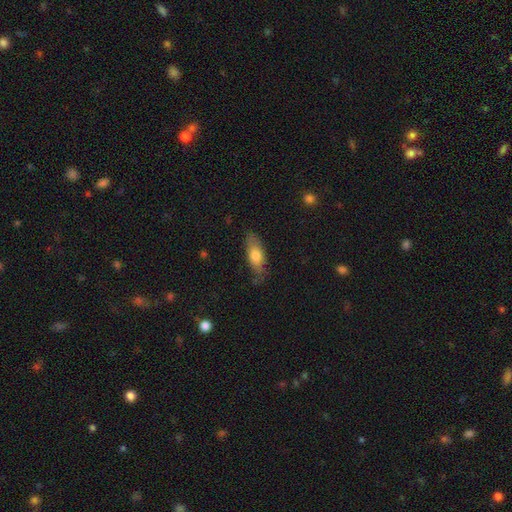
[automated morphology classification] smooth 71%, featured or disk 23%, star or artifact 6%. Down the decision tree: how rounded — in between (71%); merging — none (75%).